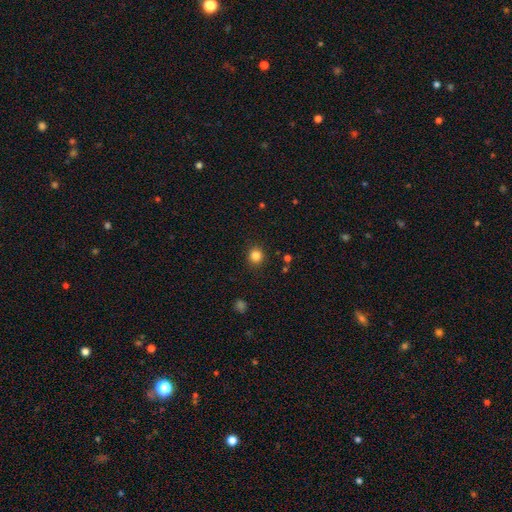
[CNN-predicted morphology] smooth 84%, star or artifact 12%, featured or disk 4%. Down the decision tree: how rounded — round (89%); merging — none (90%).